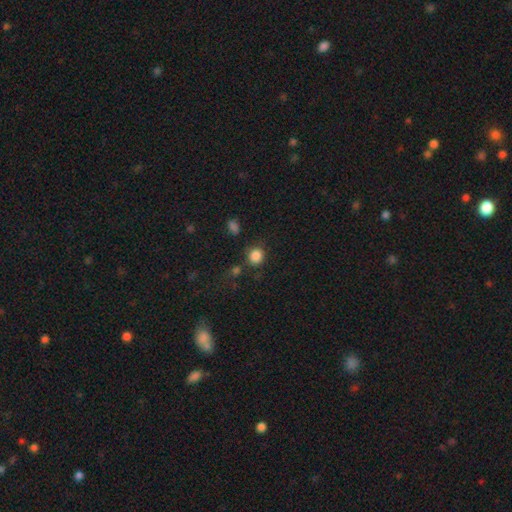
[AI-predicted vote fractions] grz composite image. It shows a smooth galaxy with no disk features (85%) that is round (84%). Merging: none (77%).